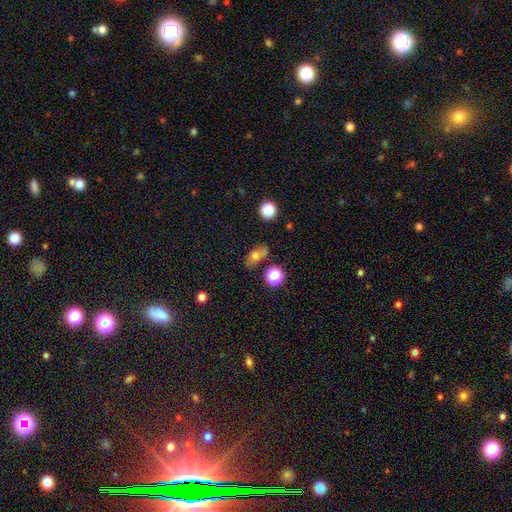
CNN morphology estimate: This is likely a smooth galaxy (67%). How rounded: likely in between (67%). Merging: likely none (64%).